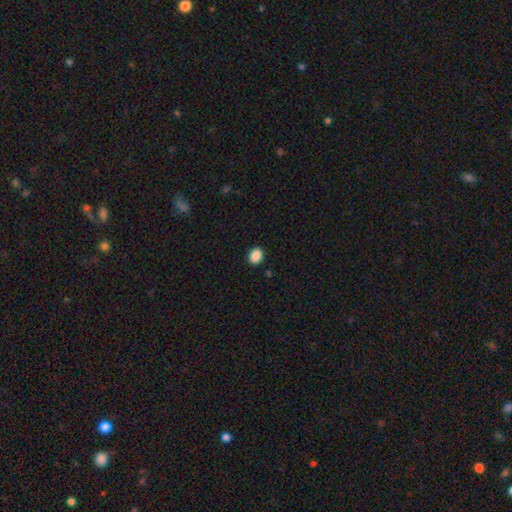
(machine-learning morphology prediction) smooth-or-featured: smooth: 89% | star or artifact: 9% | featured or disk: 3%
  how-rounded: in between: 56% | round: 43% | cigar-shaped: 1%
  merging: none: 90% | minor disturbance: 7% | major disturbance: 2% | merger: 1%